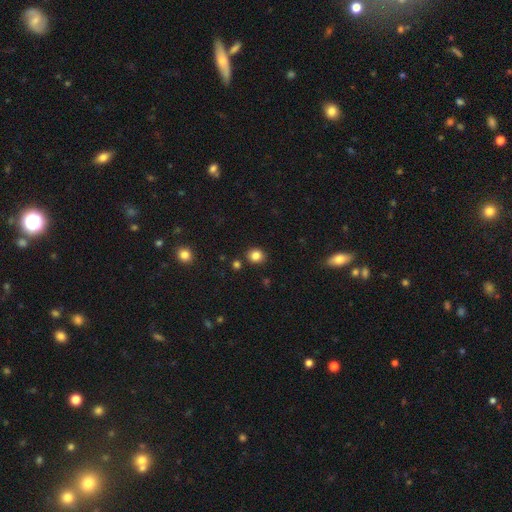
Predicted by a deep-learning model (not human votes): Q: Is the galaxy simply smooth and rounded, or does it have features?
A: smooth — 84%.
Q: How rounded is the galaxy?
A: round — 79%.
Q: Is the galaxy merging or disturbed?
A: none — 86%.